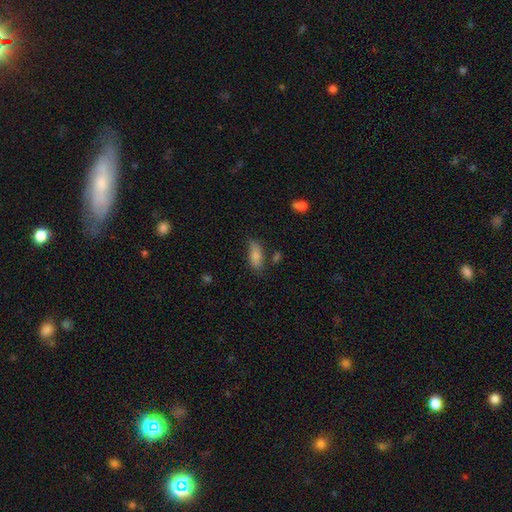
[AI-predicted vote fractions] The model was most divided on "merging": none: 65%, minor disturbance: 23%, merger: 6%, major disturbance: 6%. More confident: how rounded — in between (83%); smooth or featured — smooth (81%).